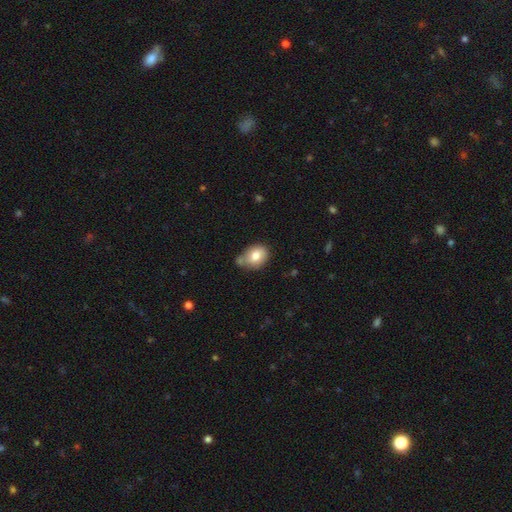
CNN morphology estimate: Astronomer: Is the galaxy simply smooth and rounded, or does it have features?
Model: smooth — 77%.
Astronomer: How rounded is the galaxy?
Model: in between — 58% (runner-up: round, 41%).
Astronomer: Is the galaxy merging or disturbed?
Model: none — 53%.